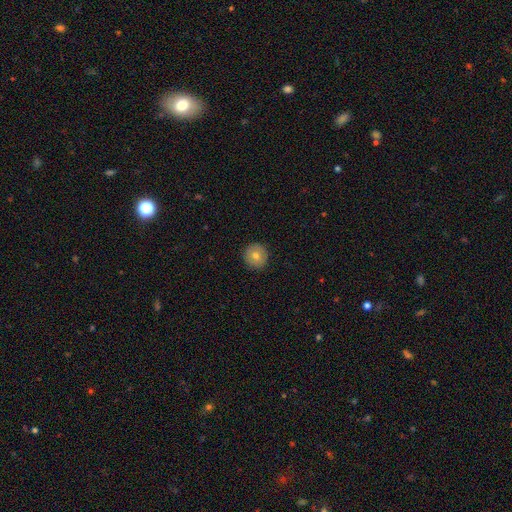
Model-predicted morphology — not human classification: This appears to be a smooth galaxy with no disk features (75%) that is round (95%). Merging: none (92%).